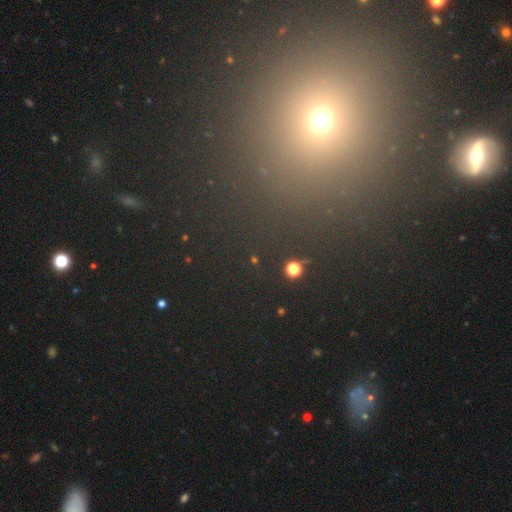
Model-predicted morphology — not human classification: This is possibly a star or artifact rather than a galaxy (53%).